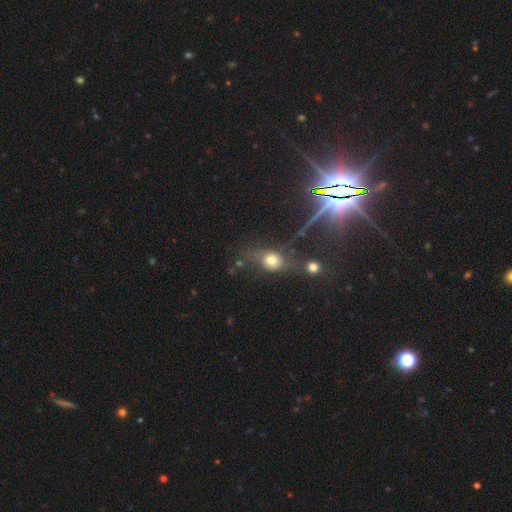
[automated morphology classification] Smooth or featured: star or artifact — 44% (featured or disk — 28%)